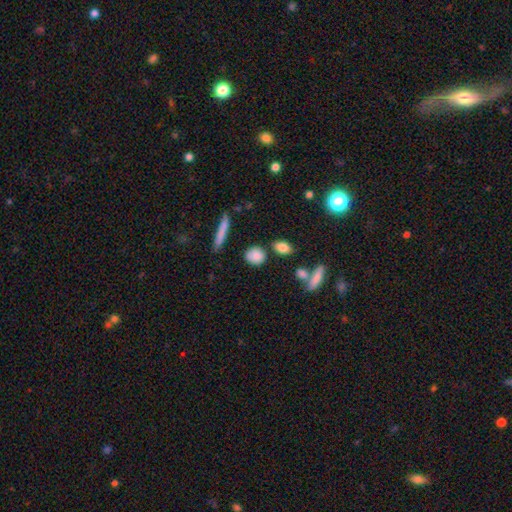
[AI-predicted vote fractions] Smooth or featured: smooth — 84% (star or artifact — 8%)
How rounded: round — 61% (in between — 33%)
Merging: none — 79% (minor disturbance — 12%)